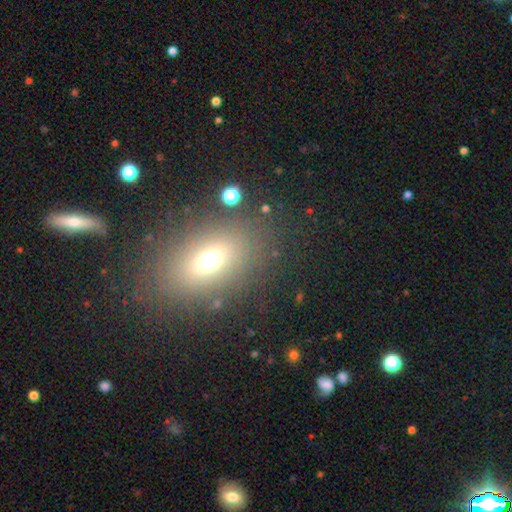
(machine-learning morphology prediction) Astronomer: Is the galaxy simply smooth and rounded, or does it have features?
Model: smooth — 62%.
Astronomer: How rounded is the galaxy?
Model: in between — 76%.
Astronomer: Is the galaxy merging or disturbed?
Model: none — 83%.